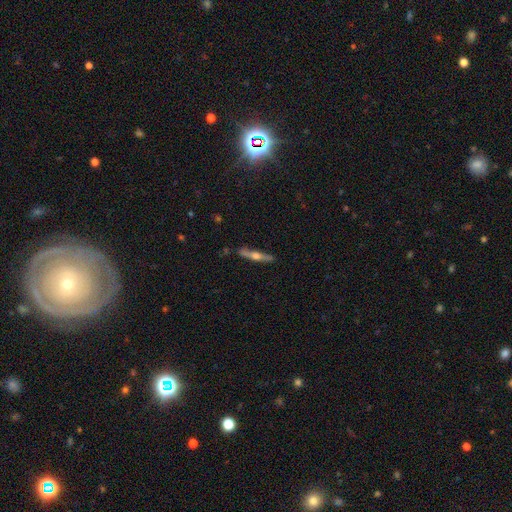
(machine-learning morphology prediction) Smooth or featured? featured or disk (69%)
Edge-on disk? yes (96%)
Edge-on bulge? rounded (92%)
Merging? none (86%)